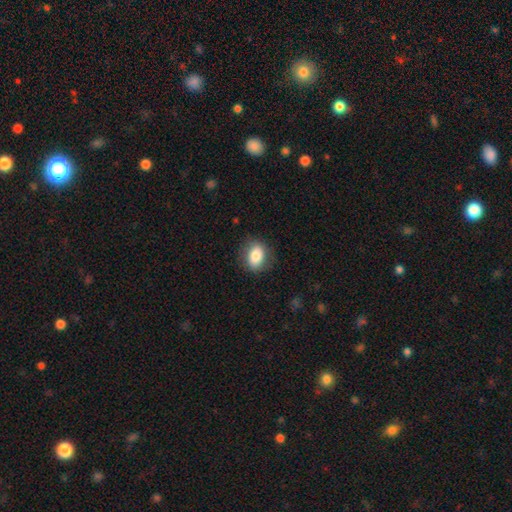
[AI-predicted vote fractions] This appears to be a smooth galaxy with no disk features (82%) that is in between round and cigar-shaped (69%). Merging: none (82%).